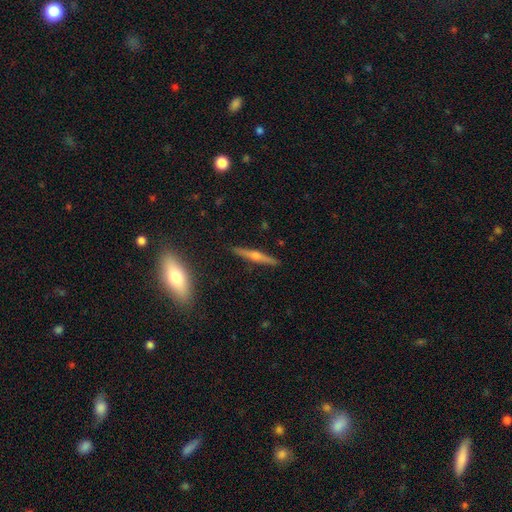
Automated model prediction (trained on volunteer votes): A featured or disk galaxy (73%) viewed edge-on (97%) with a rounded central bulge (91%).

Vote fractions:
- Smooth or featured? featured or disk: 73% / smooth: 20% / star or artifact: 7%
- Edge-on disk? yes: 97% / no: 3%
- Edge-on bulge? rounded: 91% / none: 5% / boxy: 4%
- Merging? none: 90% / minor disturbance: 7% / major disturbance: 2% / merger: 1%